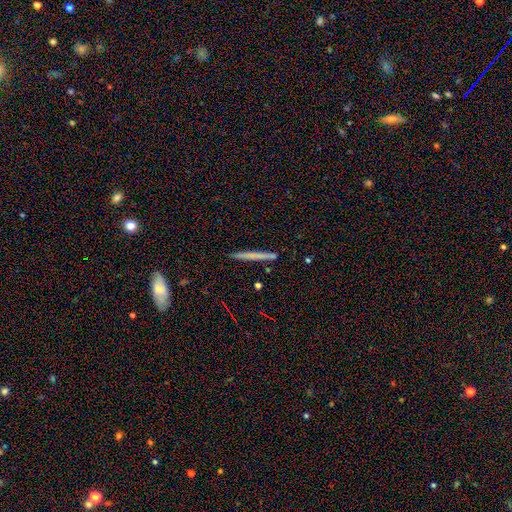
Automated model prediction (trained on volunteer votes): smooth 57%, featured or disk 37%, star or artifact 7%. Down the decision tree: how rounded — cigar-shaped (96%); merging — none (91%).